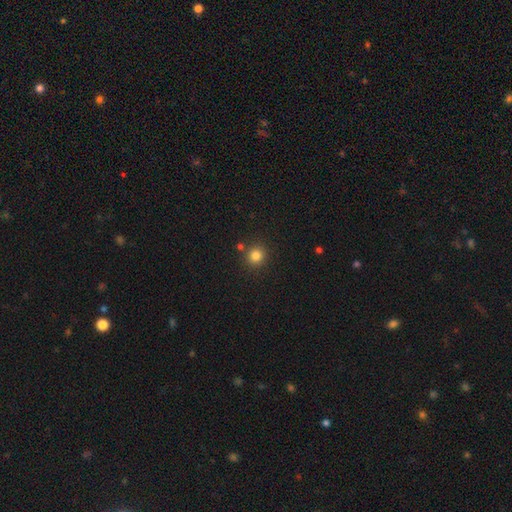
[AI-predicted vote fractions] Smooth or featured? smooth (82%)
How rounded? round (91%)
Merging? none (84%)